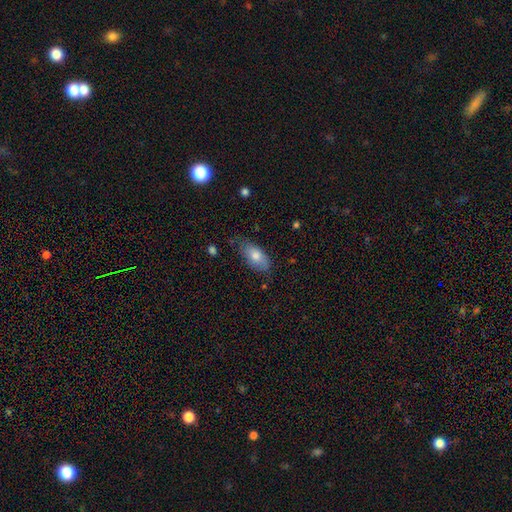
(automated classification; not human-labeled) This appears to be a smooth galaxy with no disk features (76%) that is in between round and cigar-shaped (90%). Merging: none (66%).